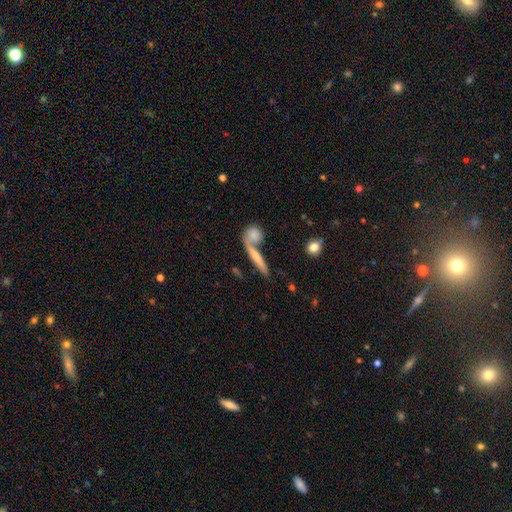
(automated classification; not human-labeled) Morphology: type=smooth (47%); merging=none (50%).